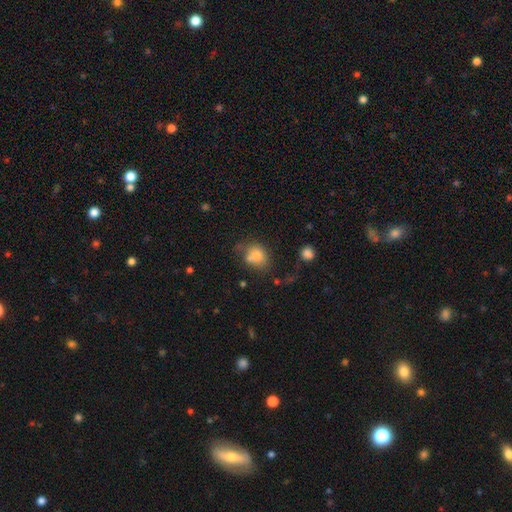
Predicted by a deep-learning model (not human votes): Smooth or featured? Predicted: smooth (p=0.78). How rounded? Predicted: round (p=0.49, tied with in between). Merging? Predicted: none (p=0.47).